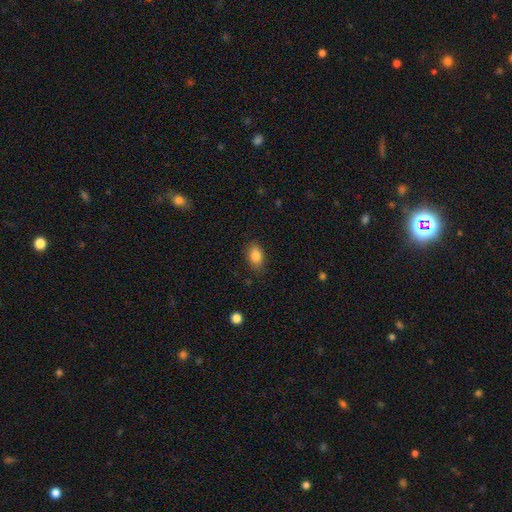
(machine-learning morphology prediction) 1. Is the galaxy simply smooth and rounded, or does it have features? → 85% smooth, 8% star or artifact, 6% featured or disk.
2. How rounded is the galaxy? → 87% in between, 11% round, 2% cigar-shaped.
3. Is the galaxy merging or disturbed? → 83% none, 12% minor disturbance, 3% major disturbance, 1% merger.